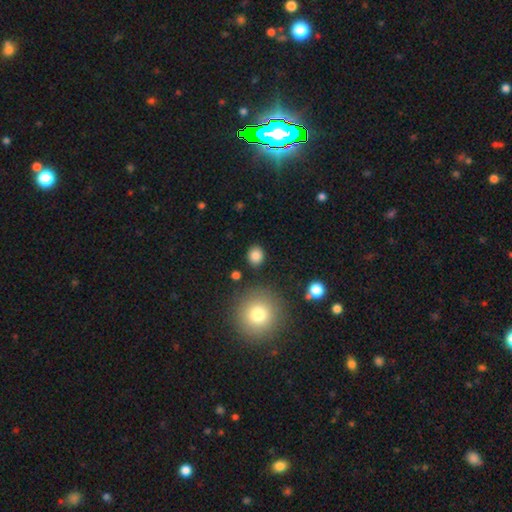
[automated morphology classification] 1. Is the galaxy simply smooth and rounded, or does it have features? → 84% smooth, 11% star or artifact, 5% featured or disk.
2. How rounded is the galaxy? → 74% round, 25% in between, 1% cigar-shaped.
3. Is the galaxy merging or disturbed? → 87% none, 8% minor disturbance, 3% major disturbance, 2% merger.